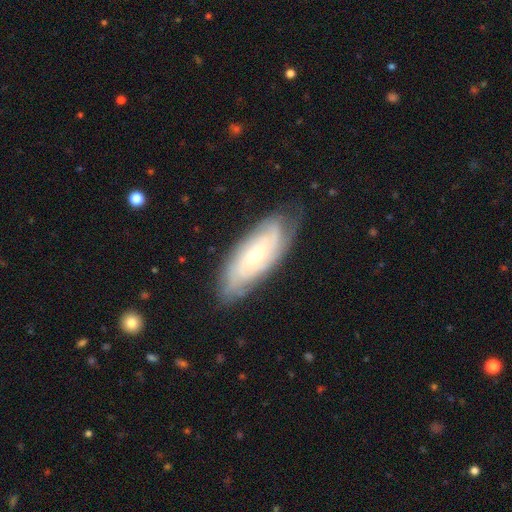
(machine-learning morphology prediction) type=featured or disk (73%); edge-on=no (87%); bar=no (75%); spiral arms=yes (90%); winding=tight (68%); arm count=can't tell (53%); bulge=small (63%); merging=none (77%).